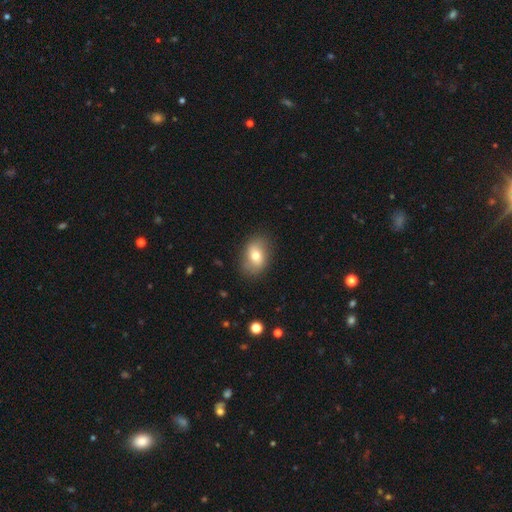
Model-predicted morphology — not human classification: smooth-or-featured: smooth: 68% | featured or disk: 24% | star or artifact: 8%
  how-rounded: in between: 78% | round: 20% | cigar-shaped: 2%
  merging: none: 80% | minor disturbance: 14% | major disturbance: 4% | merger: 1%